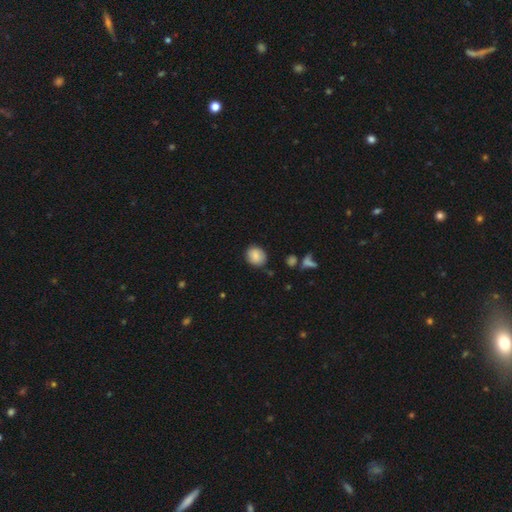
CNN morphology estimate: smooth 85%, star or artifact 8%, featured or disk 7%. Down the decision tree: how rounded — round (66%); merging — none (80%).